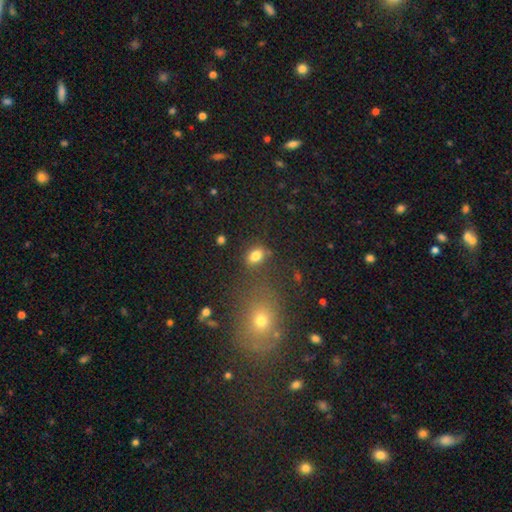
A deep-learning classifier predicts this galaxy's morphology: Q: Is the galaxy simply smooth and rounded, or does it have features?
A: smooth — 81%.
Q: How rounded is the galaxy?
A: in between — 75%.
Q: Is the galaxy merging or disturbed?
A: none — 74%.